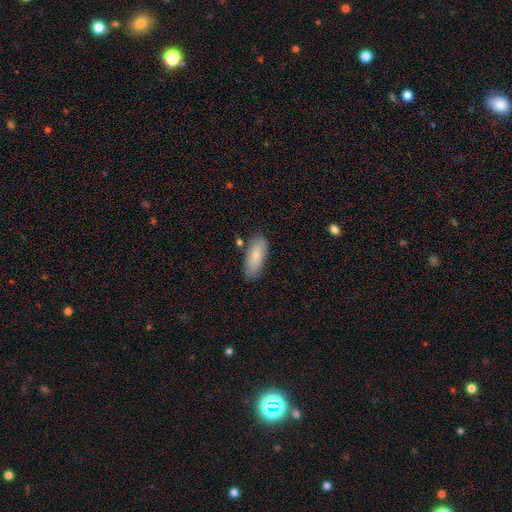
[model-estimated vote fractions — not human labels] The model was most divided on "how rounded": in between: 82%, cigar-shaped: 16%, round: 2%. More confident: smooth or featured — smooth (81%); merging — none (80%).